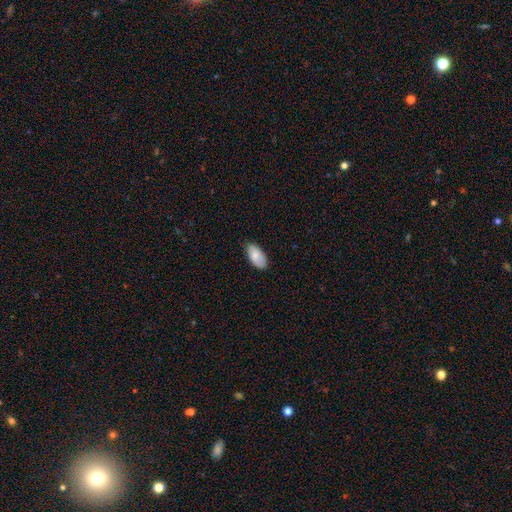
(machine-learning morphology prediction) smooth-or-featured: smooth: 82% | featured or disk: 12% | star or artifact: 6%
  how-rounded: in between: 94% | cigar-shaped: 3% | round: 2%
  merging: none: 78% | minor disturbance: 18% | major disturbance: 3% | merger: 1%